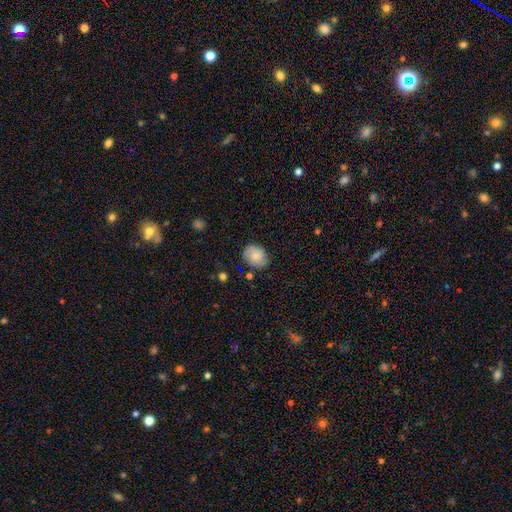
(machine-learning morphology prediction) Smooth or featured?
  - smooth: 75% *
  - featured or disk: 16%
  - star or artifact: 8%
How rounded?
  - round: 58% *
  - in between: 42%
  - cigar-shaped: 1%
Merging?
  - none: 79% *
  - minor disturbance: 16%
  - major disturbance: 3%
  - merger: 2%